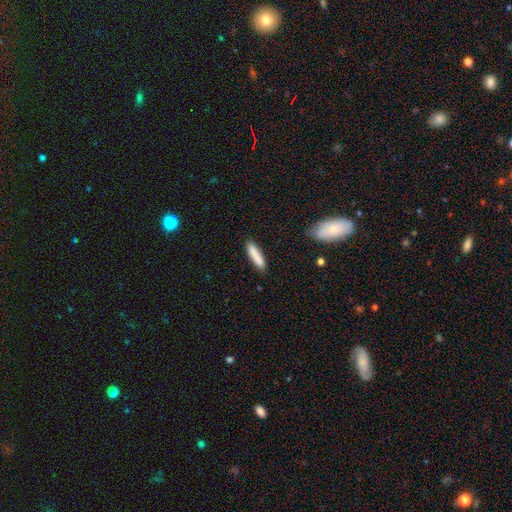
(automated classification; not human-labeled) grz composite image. It shows a smooth galaxy with no disk features (86%) that is cigar-shaped (79%). Merging: none (86%).